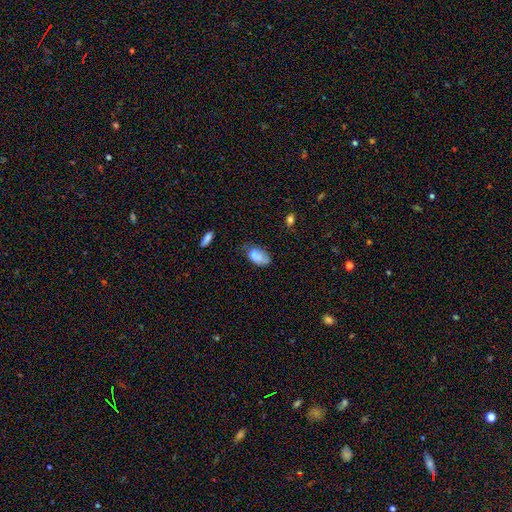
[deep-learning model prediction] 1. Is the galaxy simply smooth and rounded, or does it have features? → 72% smooth, 18% featured or disk, 10% star or artifact.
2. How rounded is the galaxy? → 90% in between, 6% round, 3% cigar-shaped.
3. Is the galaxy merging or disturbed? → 34% minor disturbance (tied), 34% none (tied), 23% major disturbance, 8% merger.